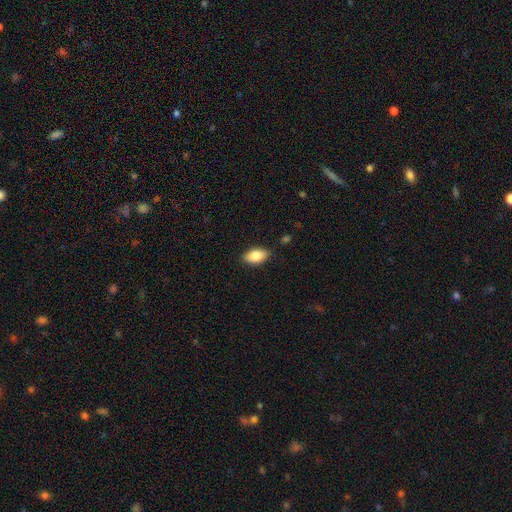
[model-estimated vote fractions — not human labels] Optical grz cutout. It shows a smooth galaxy with no disk features (85%) that is in between round and cigar-shaped (92%). Merging: none (85%).